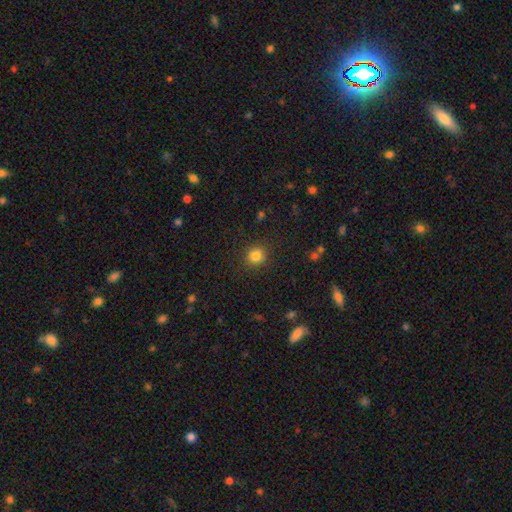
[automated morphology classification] Q: Smooth or featured?
A: smooth (83%); runner-up: star or artifact (12%)
Q: How rounded?
A: round (86%); runner-up: in between (13%)
Q: Merging?
A: none (89%); runner-up: minor disturbance (7%)